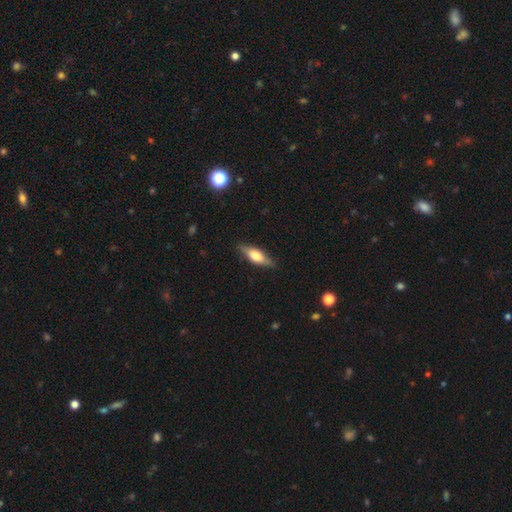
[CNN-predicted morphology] Q: Smooth or featured?
A: smooth (48%); runner-up: featured or disk (46%)
Q: Merging?
A: none (85%); runner-up: minor disturbance (12%)